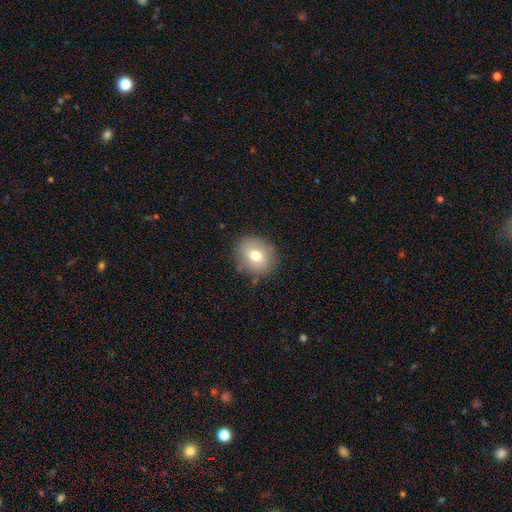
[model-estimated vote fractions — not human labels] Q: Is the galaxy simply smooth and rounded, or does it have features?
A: smooth — 72%.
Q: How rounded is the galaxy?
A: round — 67%.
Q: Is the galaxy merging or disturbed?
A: none — 84%.